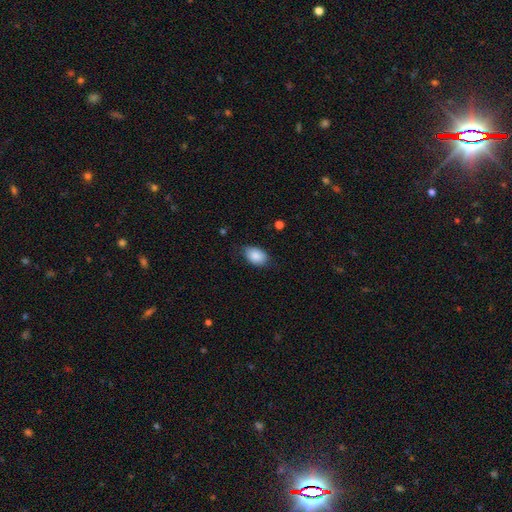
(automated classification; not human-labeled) smooth-or-featured: smooth: 87% | star or artifact: 7% | featured or disk: 6%
  how-rounded: in between: 86% | round: 13% | cigar-shaped: 1%
  merging: none: 75% | minor disturbance: 20% | major disturbance: 4% | merger: 1%